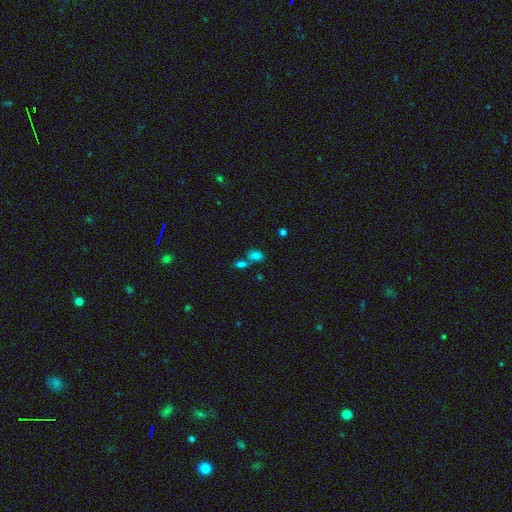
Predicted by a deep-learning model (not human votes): Morphology: type=smooth (75%); roundness=in between (75%); merging=none (44%).